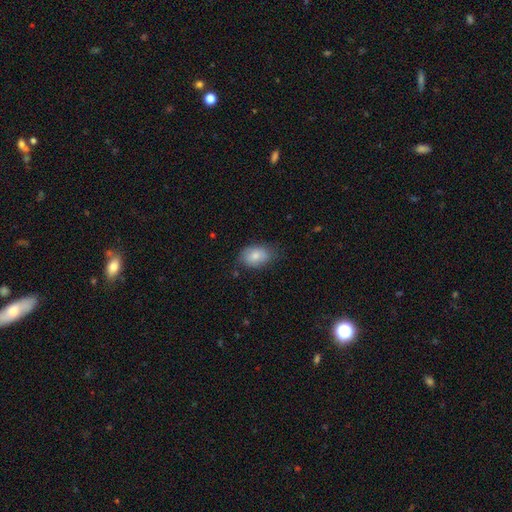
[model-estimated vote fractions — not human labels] This appears to be a smooth galaxy with no disk features (80%) that is in between round and cigar-shaped (87%). Merging: none (70%).